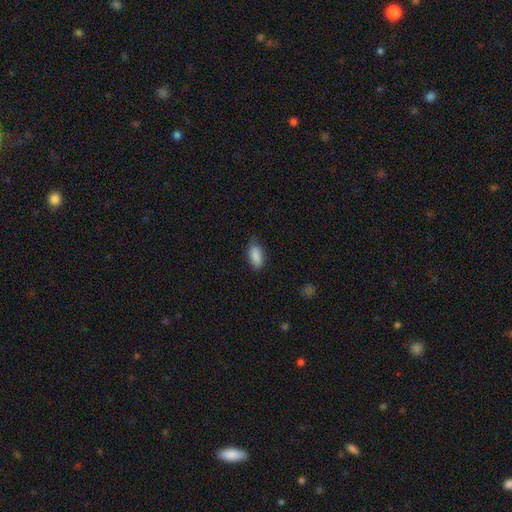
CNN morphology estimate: smooth 88%, star or artifact 7%, featured or disk 5%. Down the decision tree: how rounded — in between (89%); merging — none (73%).